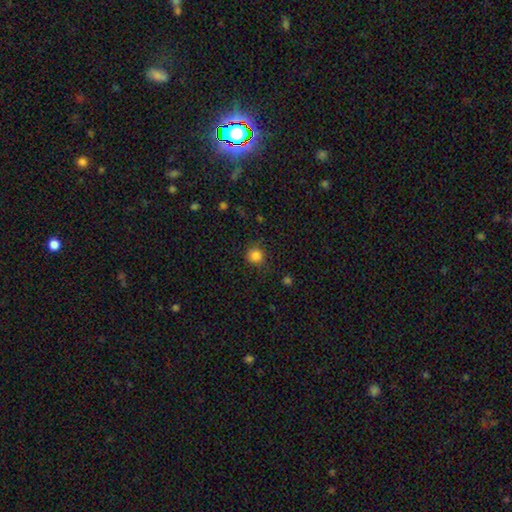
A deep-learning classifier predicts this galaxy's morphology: A smooth galaxy with no disk features (84%) that is round (91%). Merging: none (83%).